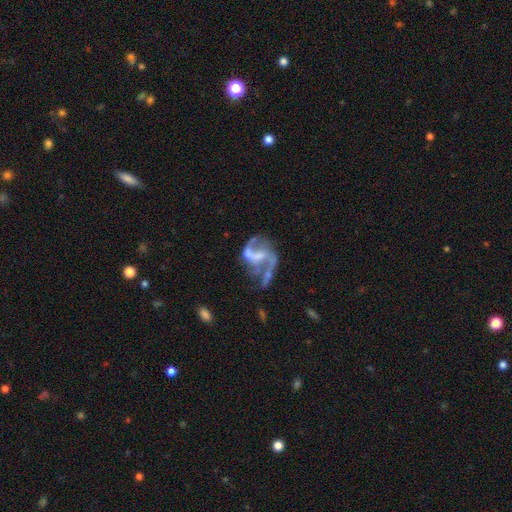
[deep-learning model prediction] This is clearly a featured or disk galaxy (81%). It is clearly not viewed edge-on (98%). Bar: marginally weak (41%). Spiral arm pattern: clearly yes (83%). Spiral arm count: likely 2 (73%). Spiral winding: possibly loose (59%). Central bulge: possibly none (48%). Merging: marginally none (35%).